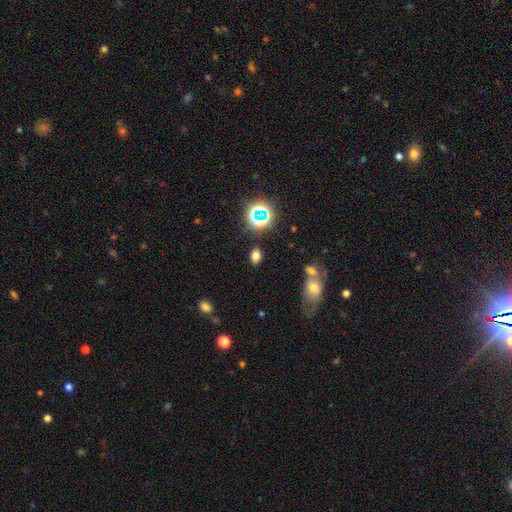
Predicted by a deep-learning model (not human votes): This appears to be a smooth galaxy with no disk features (70%) that is in between round and cigar-shaped (80%). Merging: none (84%).